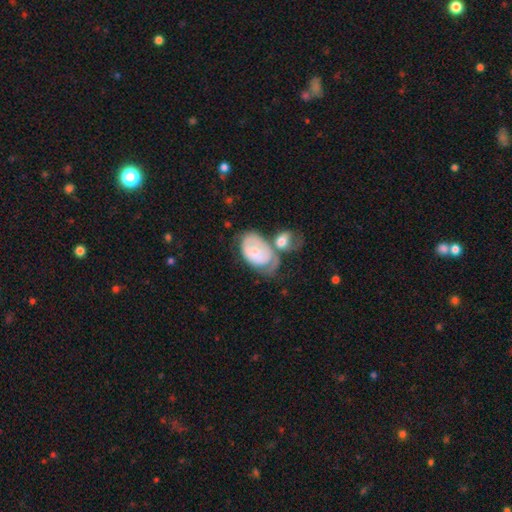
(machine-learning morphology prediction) Overall: featured or disk (47%, tied with smooth). Merging: merger (36%; none 24%).